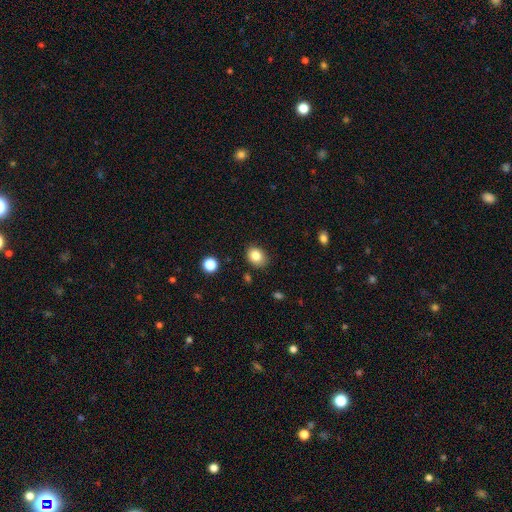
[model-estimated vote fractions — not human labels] smooth_or_featured: smooth (p=0.82) [alt: star or artifact p=0.10]
how_rounded: in between (p=0.58) [alt: round p=0.41]
merging: none (p=0.84) [alt: minor disturbance p=0.12]